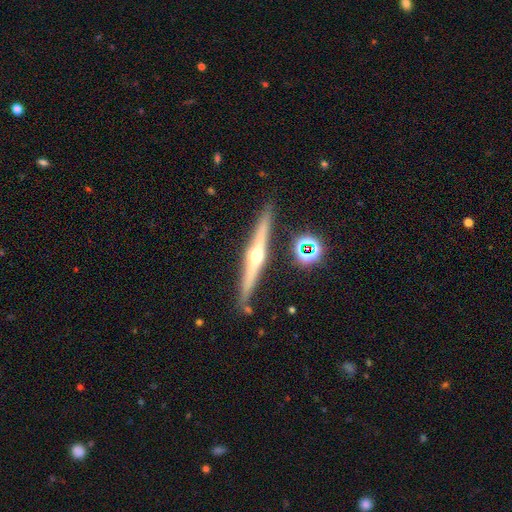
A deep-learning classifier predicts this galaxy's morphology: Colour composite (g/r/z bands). It shows a featured or disk galaxy (76%) viewed edge-on (98%) with a rounded central bulge (94%). Merging: none (87%).